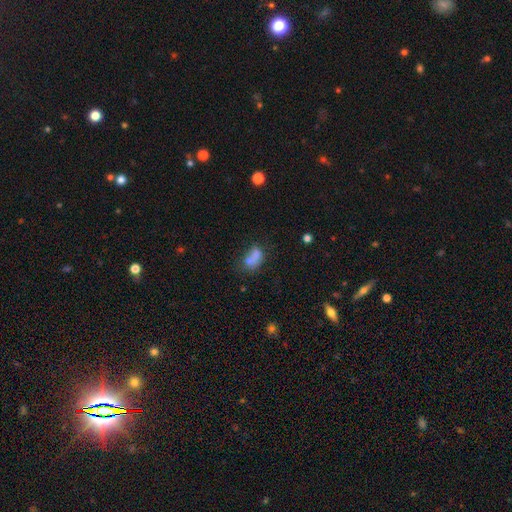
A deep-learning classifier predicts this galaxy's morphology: Smooth or featured? smooth (70%)
How rounded? in between (76%)
Merging? merger (44%)